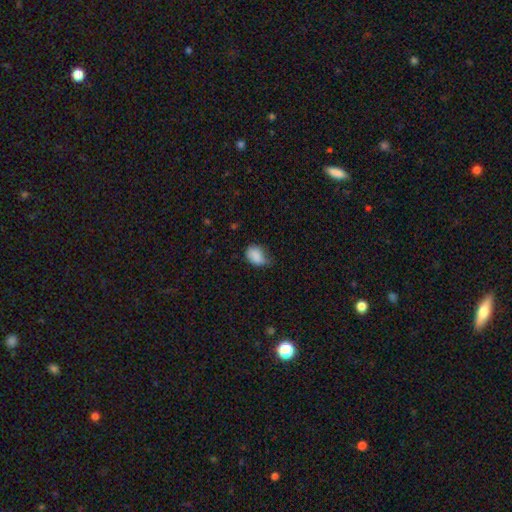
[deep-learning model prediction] Smooth or featured?
  - smooth: 85% *
  - star or artifact: 8%
  - featured or disk: 7%
How rounded?
  - in between: 74% *
  - round: 25%
  - cigar-shaped: 1%
Merging?
  - minor disturbance: 45% *
  - none: 41%
  - major disturbance: 13%
  - merger: 2%